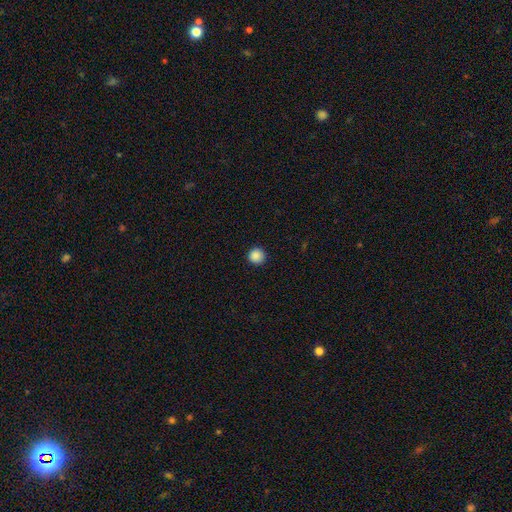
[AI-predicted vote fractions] smooth_or_featured: smooth (p=0.88) [alt: star or artifact p=0.09]
how_rounded: round (p=0.96) [alt: in between p=0.03]
merging: none (p=0.92) [alt: minor disturbance p=0.05]